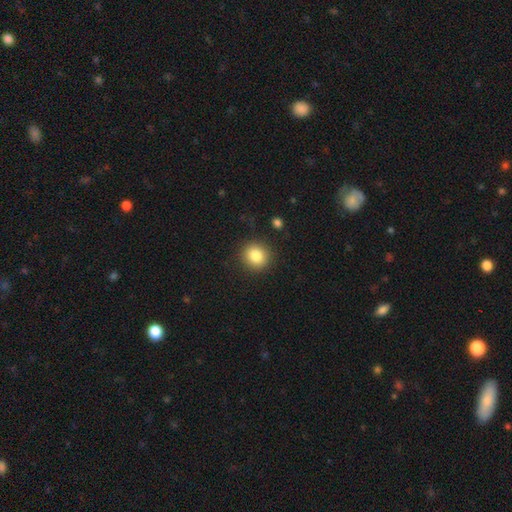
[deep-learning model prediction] The model was most divided on "smooth or featured": smooth: 84%, star or artifact: 10%, featured or disk: 6%. More confident: merging — none (89%); how rounded — round (88%).